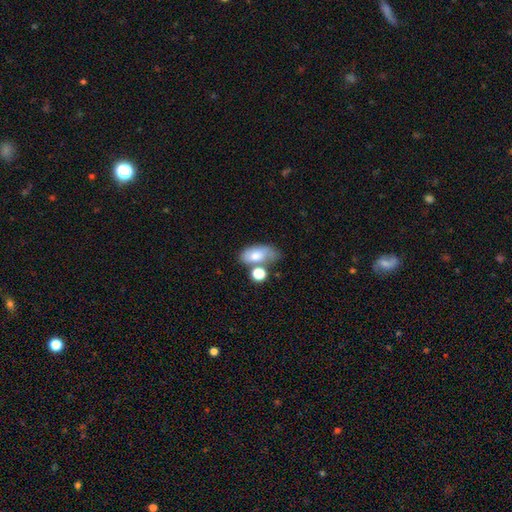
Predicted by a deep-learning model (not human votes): Smooth or featured? smooth (70%)
How rounded? in between (87%)
Merging? none (43%)